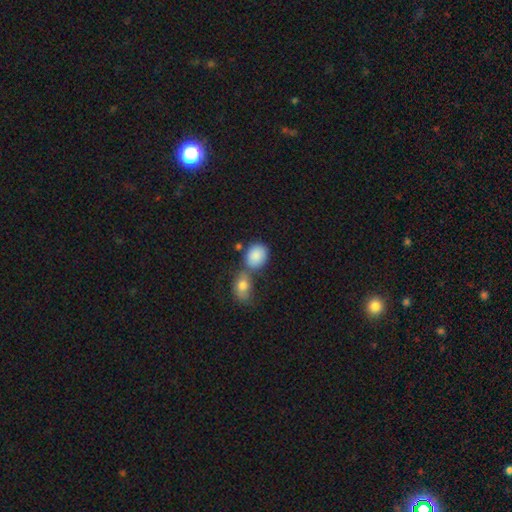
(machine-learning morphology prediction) This is clearly a smooth galaxy (86%). How rounded: possibly in between (59%). Merging: possibly none (46%).